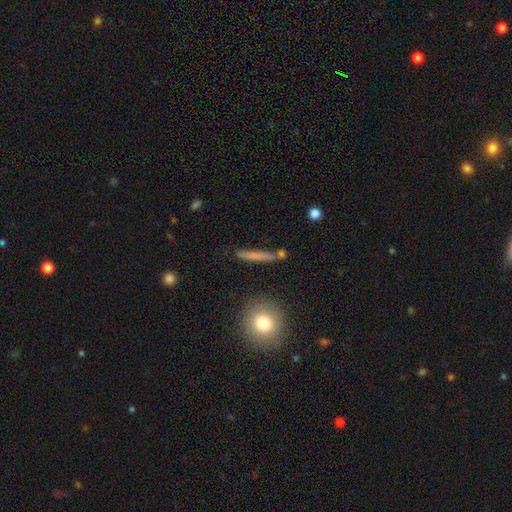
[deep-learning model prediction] This is likely a smooth galaxy (68%). How rounded: clearly cigar-shaped (91%). Merging: clearly none (83%).